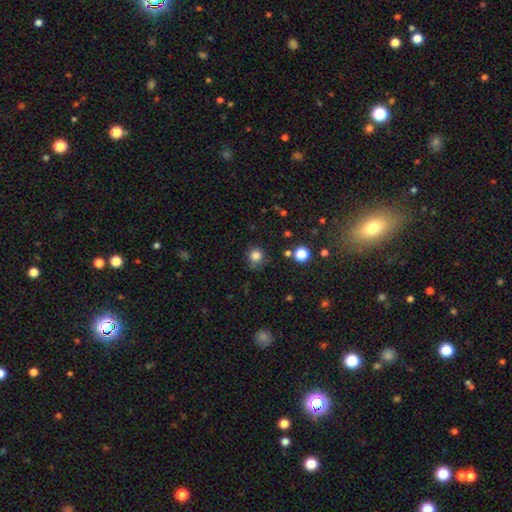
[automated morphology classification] smooth 82%, star or artifact 13%, featured or disk 5%. Down the decision tree: how rounded — round (92%); merging — none (80%).